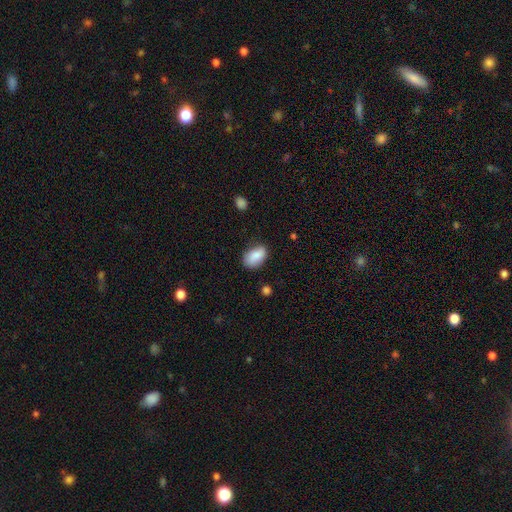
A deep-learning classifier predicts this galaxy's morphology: This is clearly a smooth galaxy (87%). How rounded: clearly in between (92%). Merging: likely none (72%).